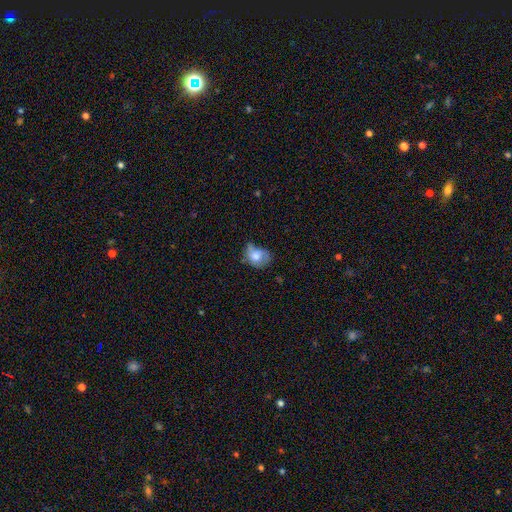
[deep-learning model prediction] Smooth or featured? smooth (64%)
How rounded? in between (56%)
Merging? minor disturbance (39%)